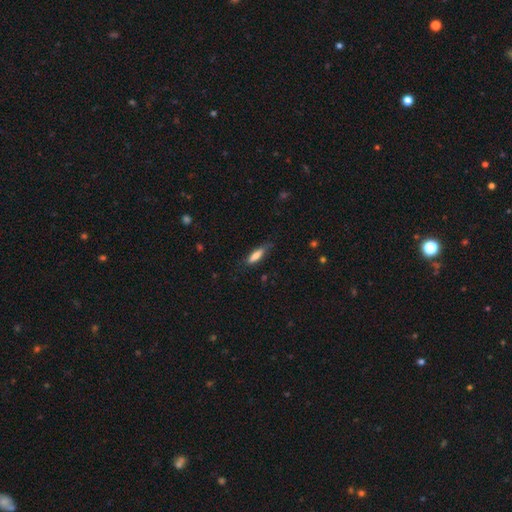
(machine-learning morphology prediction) smooth 74%, featured or disk 19%, star or artifact 6%. Down the decision tree: how rounded — cigar-shaped (61%); merging — none (70%).